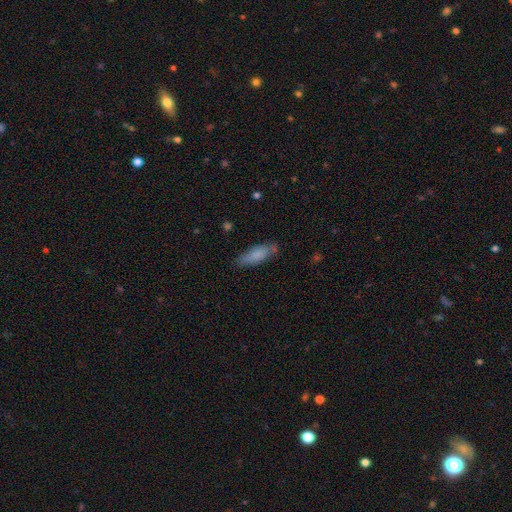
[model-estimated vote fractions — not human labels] This appears to be a smooth galaxy with no disk features (79%) that is in between round and cigar-shaped (53%). Merging: none (77%).